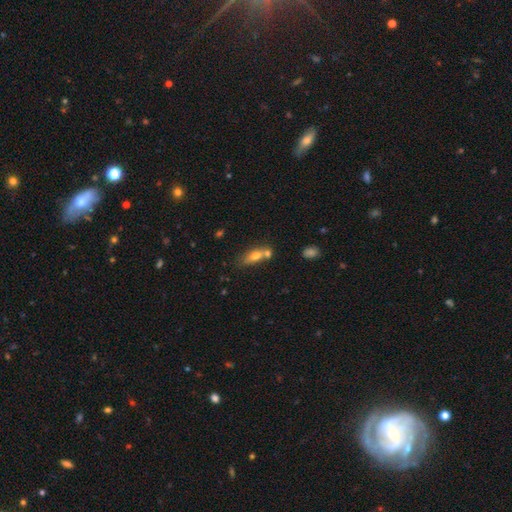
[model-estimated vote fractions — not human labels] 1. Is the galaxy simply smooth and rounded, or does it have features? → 66% smooth, 25% featured or disk, 9% star or artifact.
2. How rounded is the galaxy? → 65% in between, 30% cigar-shaped, 5% round.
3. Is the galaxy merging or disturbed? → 43% none, 38% merger, 14% minor disturbance, 5% major disturbance.